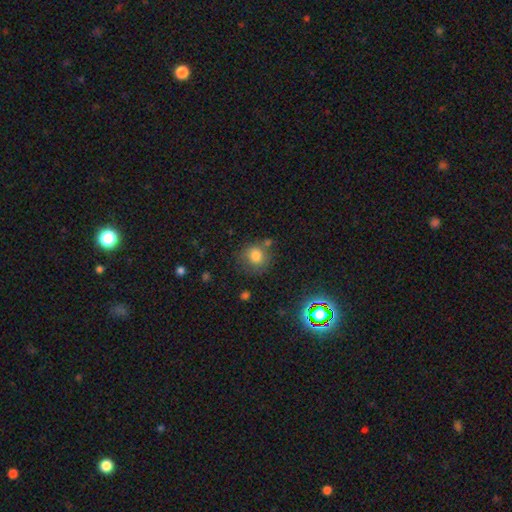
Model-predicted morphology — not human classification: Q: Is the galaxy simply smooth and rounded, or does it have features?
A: smooth — 79%.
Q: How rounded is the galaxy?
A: round — 82%.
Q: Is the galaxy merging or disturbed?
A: none — 66%.